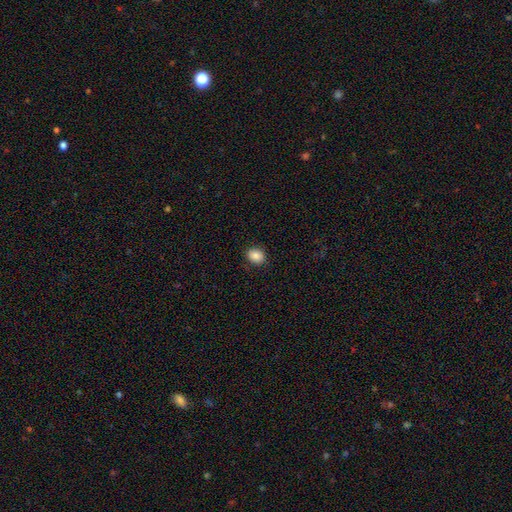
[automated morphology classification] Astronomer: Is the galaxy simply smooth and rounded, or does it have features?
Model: smooth — 87%.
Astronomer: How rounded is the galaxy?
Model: round — 56% (runner-up: in between, 43%).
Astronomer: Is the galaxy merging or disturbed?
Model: none — 89%.